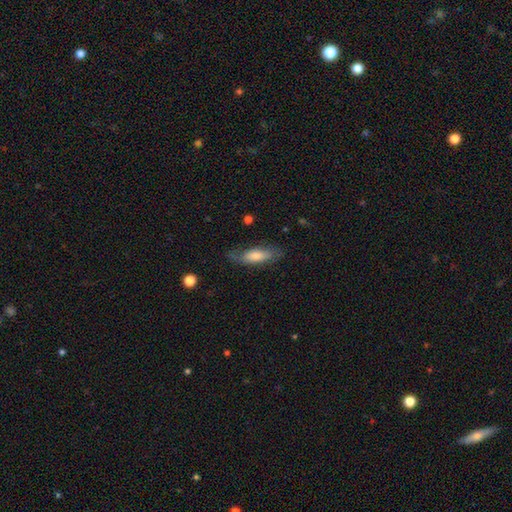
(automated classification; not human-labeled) This appears to be a smooth galaxy with no disk features (56%) that is in between round and cigar-shaped (57%). Merging: none (67%).